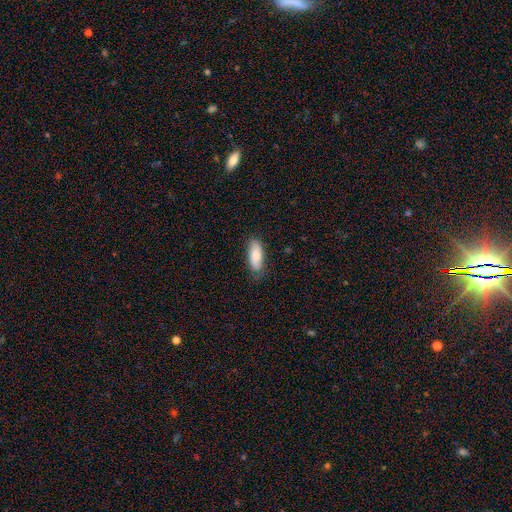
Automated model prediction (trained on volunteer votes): smooth_or_featured: smooth (p=0.79) [alt: featured or disk p=0.15]
how_rounded: in between (p=0.74) [alt: cigar-shaped p=0.24]
merging: none (p=0.78) [alt: minor disturbance p=0.18]